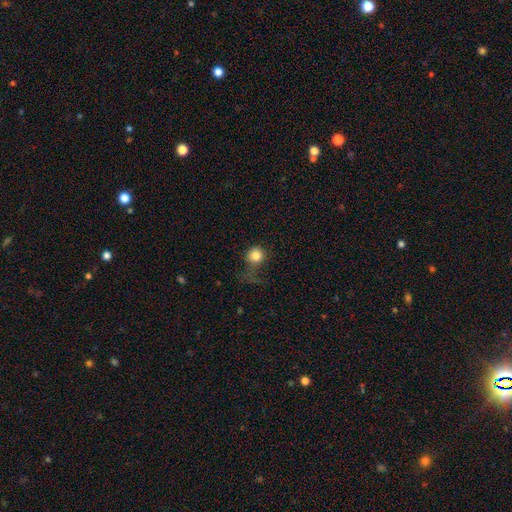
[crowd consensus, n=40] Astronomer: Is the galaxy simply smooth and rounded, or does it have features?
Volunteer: smooth — 78%.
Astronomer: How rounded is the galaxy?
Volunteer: round — 87%.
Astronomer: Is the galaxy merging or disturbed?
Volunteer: none — 40% (runner-up: minor disturbance, 26%).